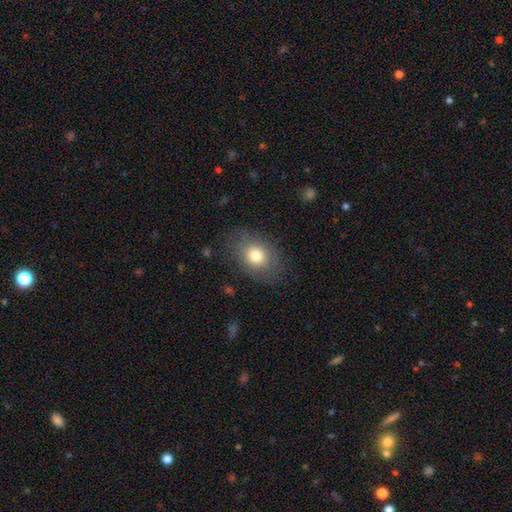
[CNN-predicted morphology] A smooth galaxy with no disk features (76%) that is in between round and cigar-shaped (66%). Merging: none (79%).